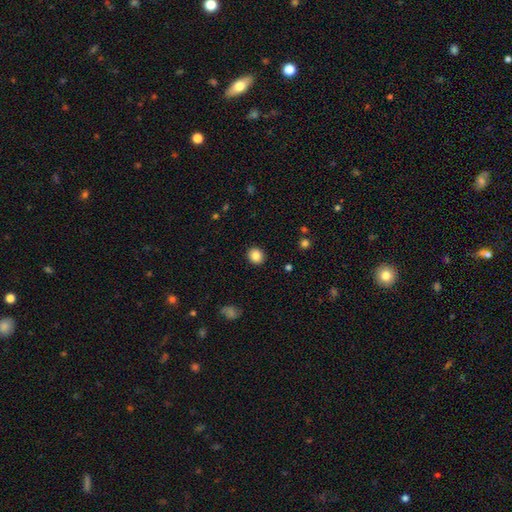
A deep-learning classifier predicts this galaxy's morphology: Smooth or featured? Predicted: smooth (p=0.85). How rounded? Predicted: round (p=0.75). Merging? Predicted: none (p=0.91).